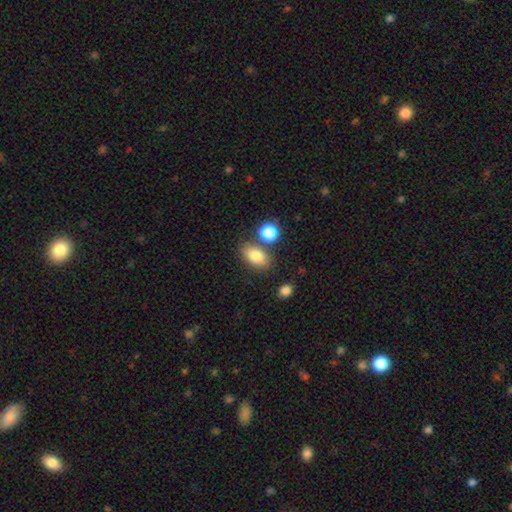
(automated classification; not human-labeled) Overall: smooth (82%). How rounded: in between (87%). Merging: none (72%).